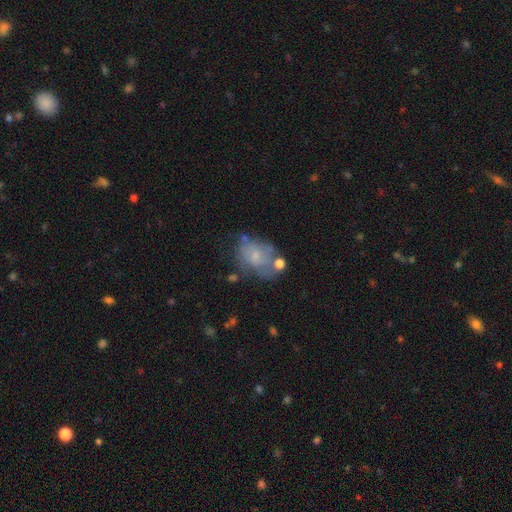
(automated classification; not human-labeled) smooth 50%, featured or disk 38%, star or artifact 12%. Down the decision tree: how rounded — in between (65%); merging — none (45%).